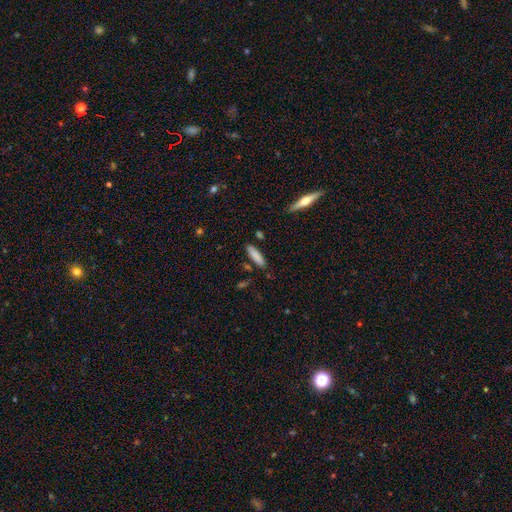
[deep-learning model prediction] smooth-or-featured: smooth: 85% | featured or disk: 9% | star or artifact: 7%
  how-rounded: cigar-shaped: 68% | in between: 31% | round: 1%
  merging: none: 84% | minor disturbance: 10% | merger: 4% | major disturbance: 2%